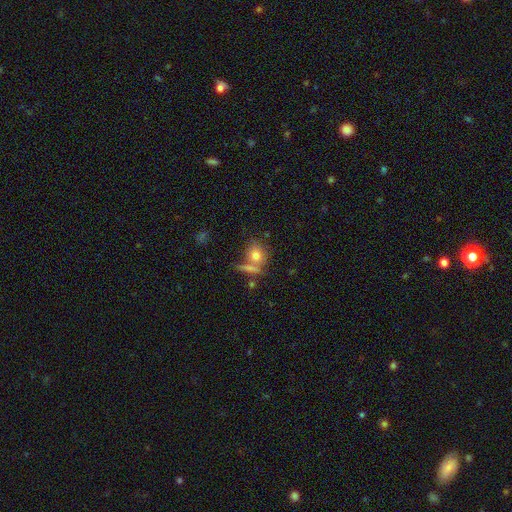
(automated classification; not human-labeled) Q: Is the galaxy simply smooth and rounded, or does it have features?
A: smooth — 75%.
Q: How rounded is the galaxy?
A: round — 68%.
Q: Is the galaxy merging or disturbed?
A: none — 53%.